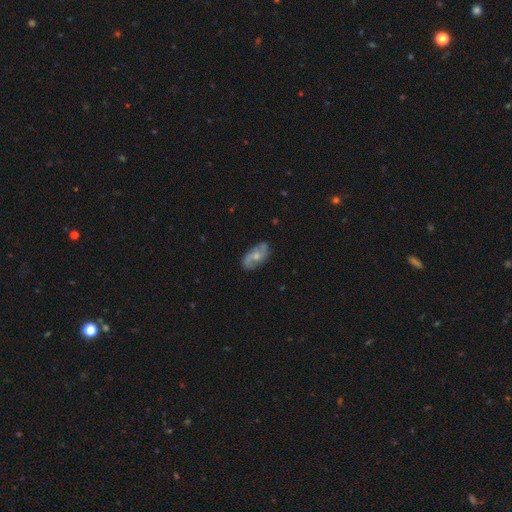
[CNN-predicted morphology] This appears to be a featured or disk galaxy (65%) with no bar (62%), 2 (80%) loose (50%) spiral arms (87%) and a moderate central bulge (47%). Merging: none (70%).